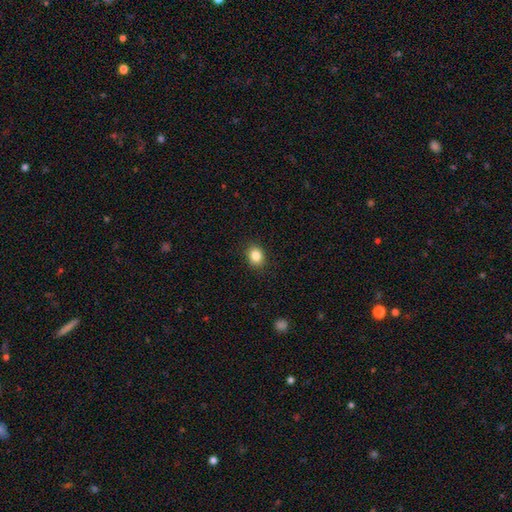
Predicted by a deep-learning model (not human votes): Smooth or featured: smooth — 85% (star or artifact — 10%)
How rounded: in between — 50% (round — 49%)
Merging: none — 89% (minor disturbance — 8%)